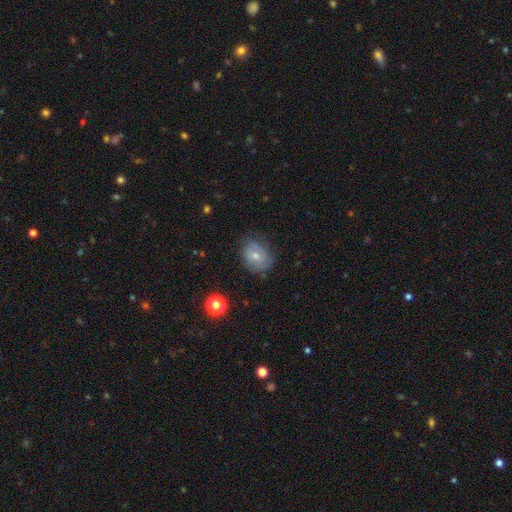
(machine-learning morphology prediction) Smooth or featured? smooth (57%)
How rounded? in between (54%)
Merging? none (68%)